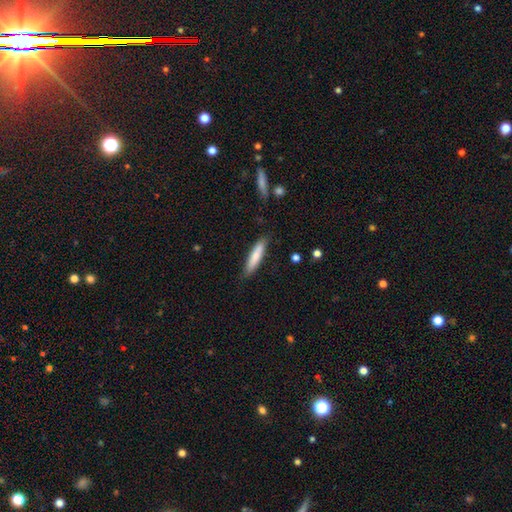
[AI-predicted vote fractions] smooth_or_featured: smooth (p=0.77) [alt: featured or disk p=0.17]
how_rounded: cigar-shaped (p=0.81) [alt: in between p=0.17]
merging: none (p=0.83) [alt: minor disturbance p=0.13]